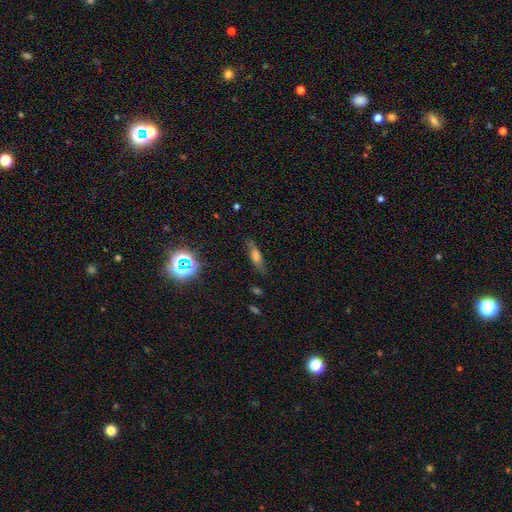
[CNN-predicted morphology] Q: Smooth or featured?
A: smooth (53%); runner-up: featured or disk (31%)
Q: How rounded?
A: cigar-shaped (55%); runner-up: in between (41%)
Q: Merging?
A: none (75%); runner-up: minor disturbance (18%)